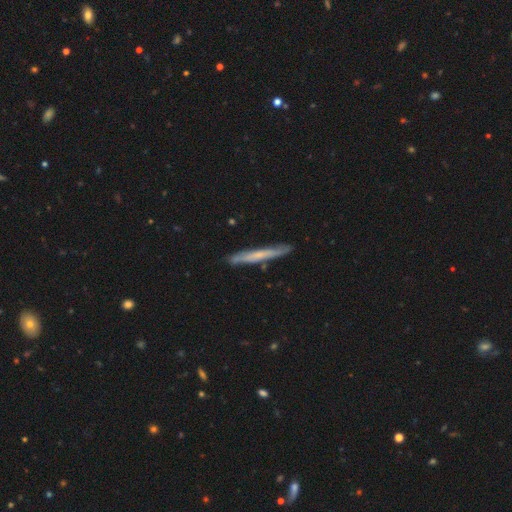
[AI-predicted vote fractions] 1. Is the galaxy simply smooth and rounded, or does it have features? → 47% featured or disk, 46% smooth, 7% star or artifact.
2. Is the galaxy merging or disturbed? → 86% none, 11% minor disturbance, 2% major disturbance, 1% merger.